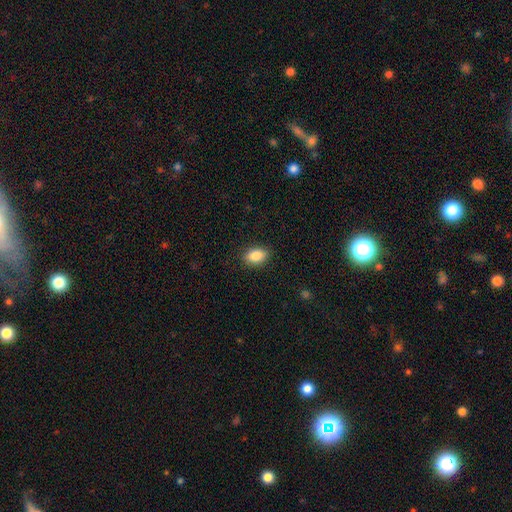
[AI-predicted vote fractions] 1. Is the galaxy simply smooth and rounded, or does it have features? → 87% smooth, 8% star or artifact, 5% featured or disk.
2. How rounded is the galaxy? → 88% in between, 10% round, 2% cigar-shaped.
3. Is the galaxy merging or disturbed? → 88% none, 9% minor disturbance, 2% major disturbance, 1% merger.